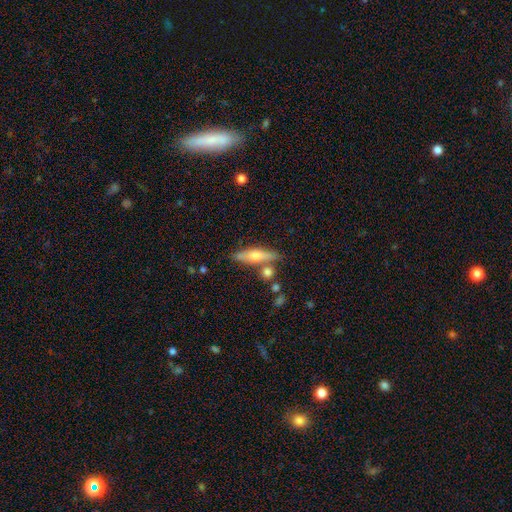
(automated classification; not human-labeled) Overall: smooth (49%; featured or disk 44%). Merging: none (74%).